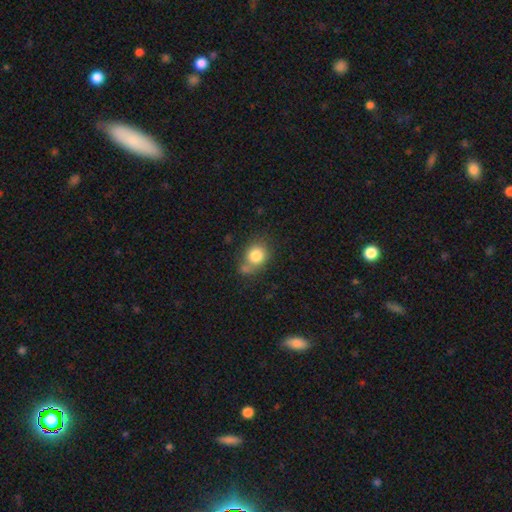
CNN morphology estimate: Overall: smooth (82%). How rounded: round (64%; in between 35%). Merging: none (56%; minor disturbance 19%).